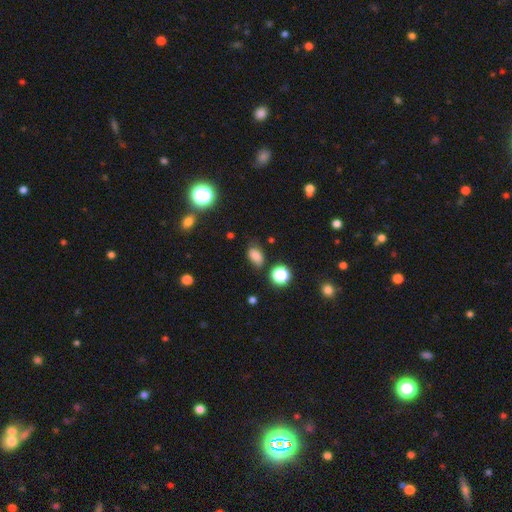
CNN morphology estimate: Smooth or featured? Predicted: smooth (p=0.77). How rounded? Predicted: in between (p=0.81). Merging? Predicted: none (p=0.71).